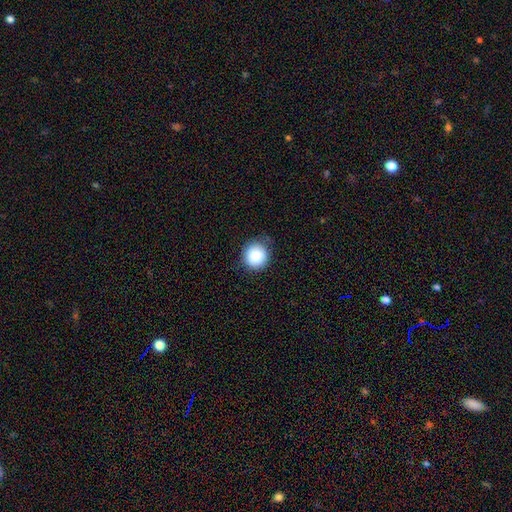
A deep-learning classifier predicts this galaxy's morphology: smooth_or_featured: smooth (p=0.87) [alt: star or artifact p=0.09]
how_rounded: round (p=0.93) [alt: in between p=0.06]
merging: none (p=0.82) [alt: minor disturbance p=0.14]